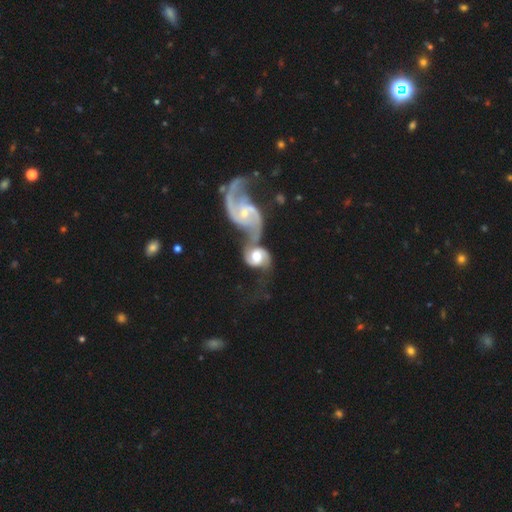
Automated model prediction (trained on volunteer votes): Smooth or featured? Predicted: featured or disk (p=0.77). Edge-on disk? Predicted: no (p=0.97). Bar? Predicted: no (p=0.47). Spiral arms? Predicted: yes (p=0.91). Spiral winding? Predicted: loose (p=0.46). Spiral arm count? Predicted: 2 (p=0.86). Bulge size? Predicted: moderate (p=0.57). Merging? Predicted: merger (p=0.73).